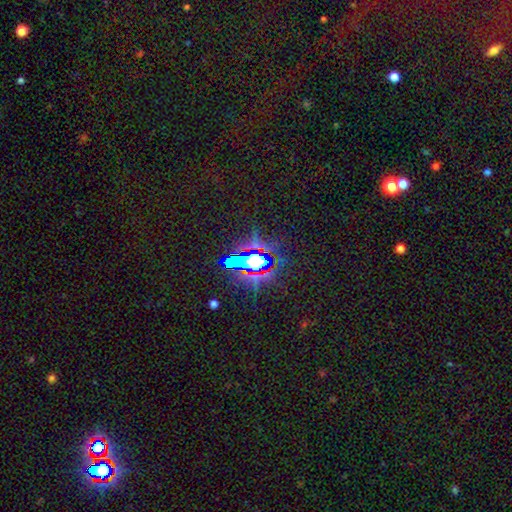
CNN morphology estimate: Smooth or featured? star or artifact (68%)